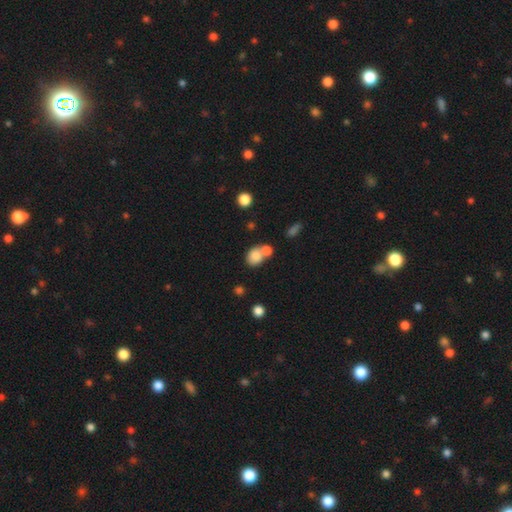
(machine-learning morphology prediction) This appears to be a smooth galaxy with no disk features (81%) that is round (52%). Merging: merger (46%).